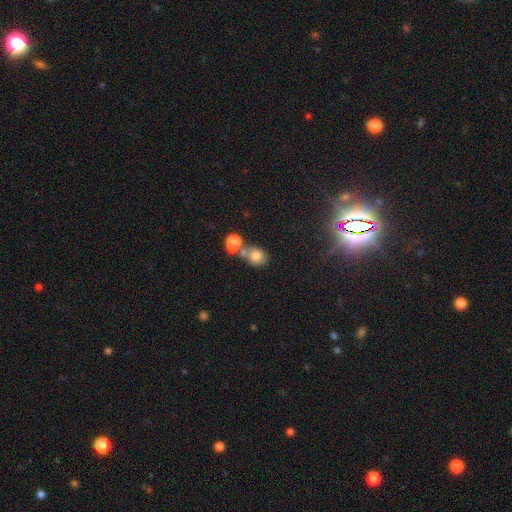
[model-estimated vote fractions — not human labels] Q: Smooth or featured?
A: smooth (72%); runner-up: featured or disk (16%)
Q: How rounded?
A: round (64%); runner-up: in between (35%)
Q: Merging?
A: none (45%); runner-up: merger (37%)